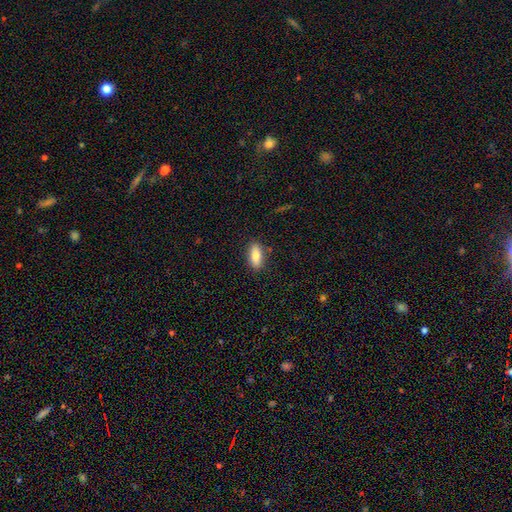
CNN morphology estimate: type=smooth (80%); roundness=in between (80%); merging=none (86%).